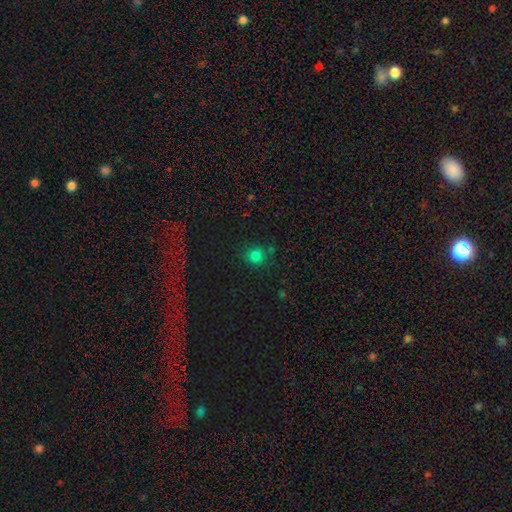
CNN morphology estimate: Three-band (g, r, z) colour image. It shows a smooth galaxy with no disk features (76%) that is round (88%). Merging: none (79%).